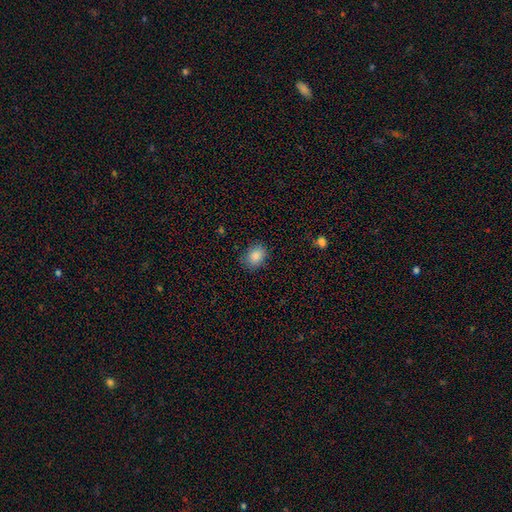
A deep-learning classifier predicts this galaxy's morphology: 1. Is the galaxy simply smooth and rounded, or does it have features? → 86% smooth, 9% star or artifact, 5% featured or disk.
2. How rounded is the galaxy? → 54% in between, 45% round, 1% cigar-shaped.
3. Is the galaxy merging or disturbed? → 82% none, 13% minor disturbance, 3% major disturbance, 1% merger.